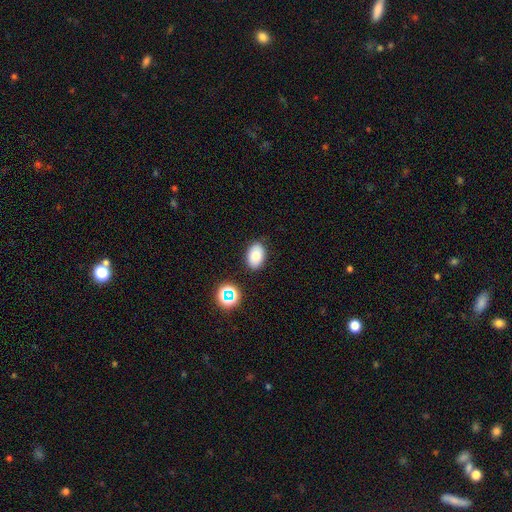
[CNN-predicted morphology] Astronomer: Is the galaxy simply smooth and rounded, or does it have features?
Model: smooth — 78%.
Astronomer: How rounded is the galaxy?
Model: in between — 84%.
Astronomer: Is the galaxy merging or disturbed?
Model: none — 85%.